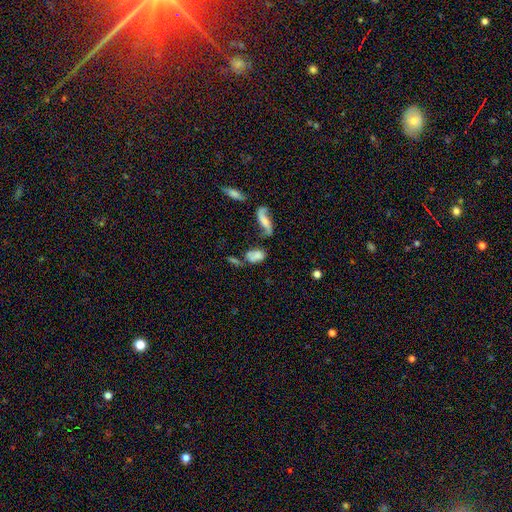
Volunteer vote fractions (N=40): A smooth galaxy with no disk features (72%) that is in between round and cigar-shaped (93%). Merging: minor disturbance (32%).